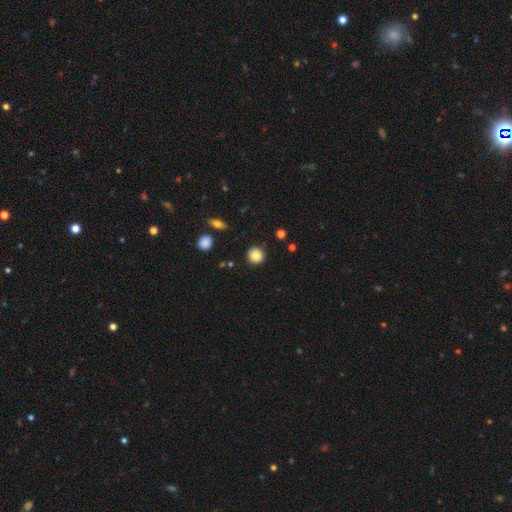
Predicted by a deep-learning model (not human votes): smooth-or-featured: smooth: 84% | star or artifact: 10% | featured or disk: 7%
  how-rounded: round: 94% | in between: 5% | cigar-shaped: 1%
  merging: none: 90% | minor disturbance: 6% | major disturbance: 2% | merger: 1%